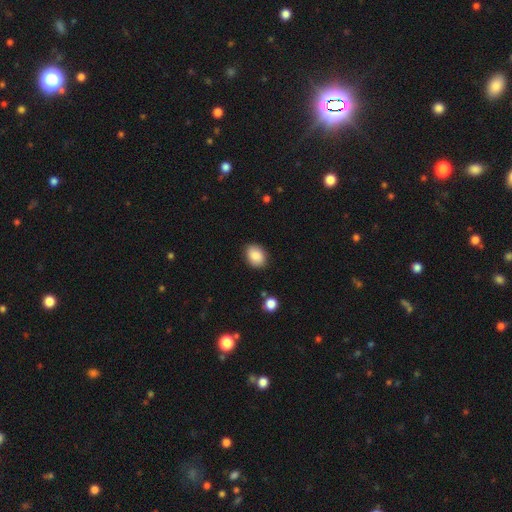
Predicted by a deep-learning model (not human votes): Morphology: type=smooth (87%); roundness=in between (68%); merging=none (86%).